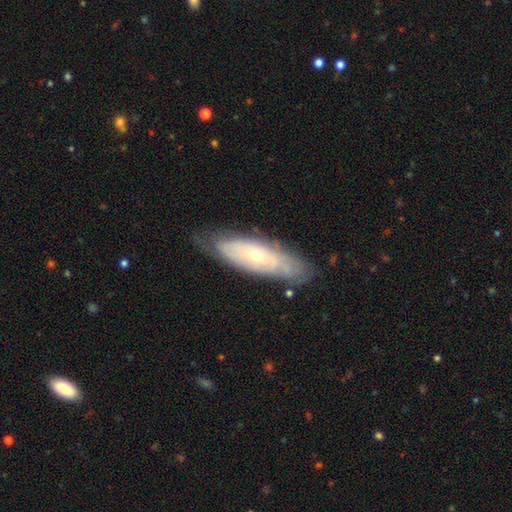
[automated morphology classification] The model was most divided on "smooth or featured": featured or disk: 64%, smooth: 30%, star or artifact: 7%. More confident: edge-on disk — no (78%); merging — none (72%).